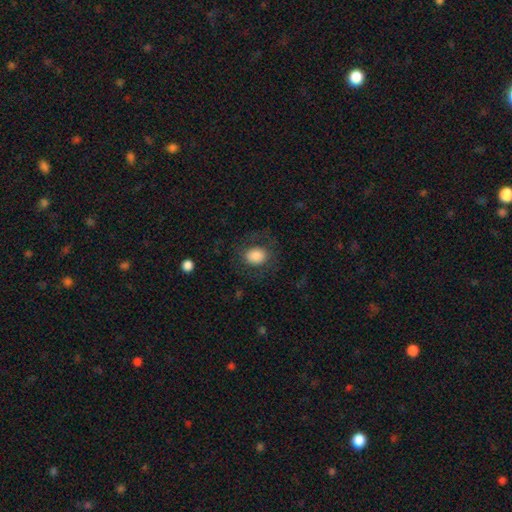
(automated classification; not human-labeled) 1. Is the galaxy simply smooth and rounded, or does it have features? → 76% smooth, 16% featured or disk, 8% star or artifact.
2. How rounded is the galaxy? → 61% round, 38% in between, 1% cigar-shaped.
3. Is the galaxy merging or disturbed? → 71% none, 14% minor disturbance, 13% major disturbance, 1% merger.